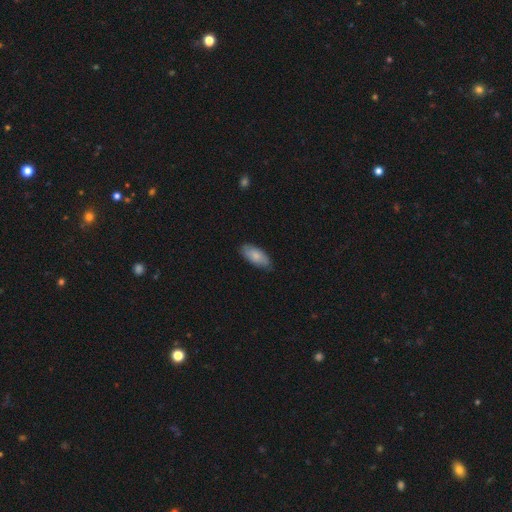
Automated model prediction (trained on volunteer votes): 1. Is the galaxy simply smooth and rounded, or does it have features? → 79% smooth, 15% featured or disk, 6% star or artifact.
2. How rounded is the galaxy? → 88% in between, 10% cigar-shaped, 2% round.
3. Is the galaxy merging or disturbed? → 79% none, 18% minor disturbance, 3% major disturbance, 1% merger.